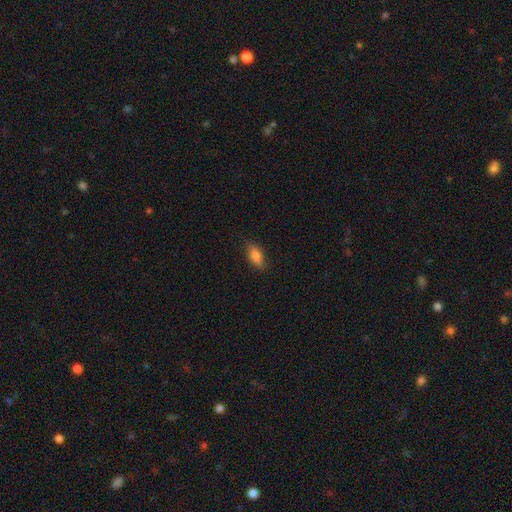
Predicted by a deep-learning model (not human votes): smooth 78%, featured or disk 15%, star or artifact 8%. Down the decision tree: how rounded — in between (80%); merging — none (83%).